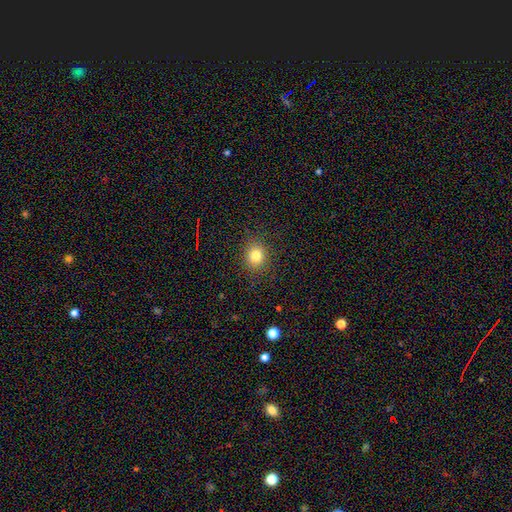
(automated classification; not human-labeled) Overall: smooth (80%). How rounded: round (78%). Merging: none (88%).